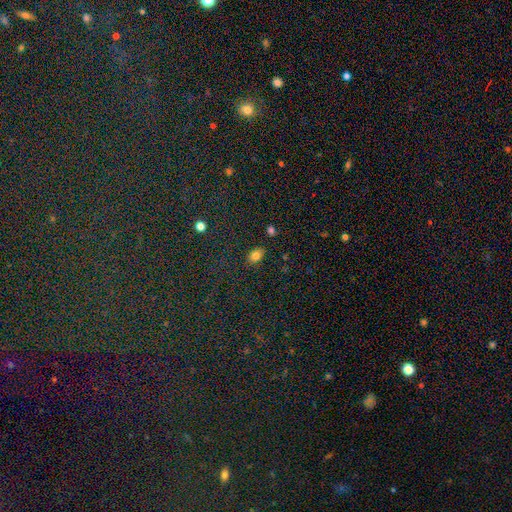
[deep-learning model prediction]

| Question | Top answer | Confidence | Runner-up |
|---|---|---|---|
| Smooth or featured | smooth | 80% | star or artifact (11%) |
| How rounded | in between | 79% | round (19%) |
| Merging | none | 81% | minor disturbance (13%) |